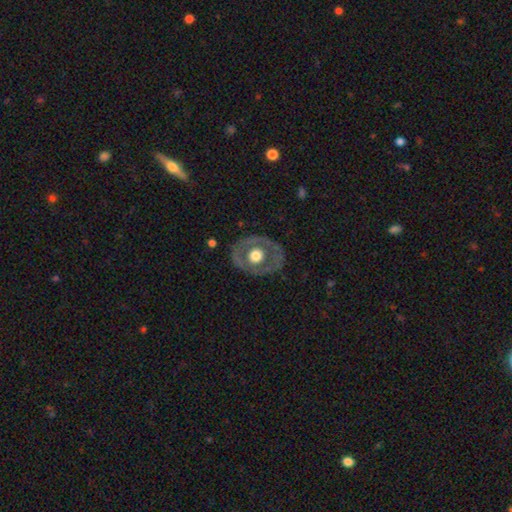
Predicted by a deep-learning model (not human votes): Smooth or featured: featured or disk — 55% (smooth — 39%)
Edge-on disk: no — 93% (yes — 7%)
Bar: no — 91% (weak — 7%)
Spiral arms: no — 90% (yes — 10%)
Bulge size: large — 49% (moderate — 42%)
Merging: none — 77% (minor disturbance — 14%)